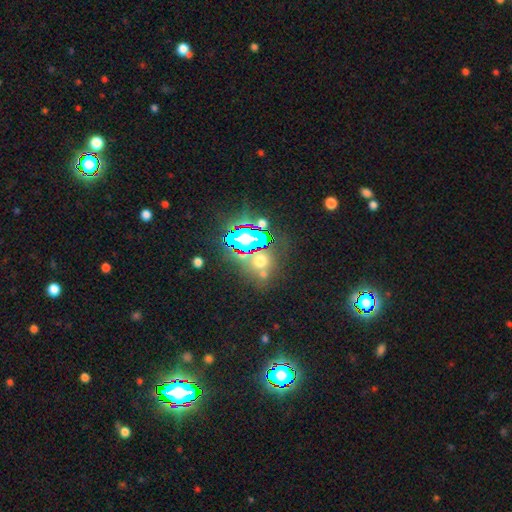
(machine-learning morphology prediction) Overall: star or artifact (84%).